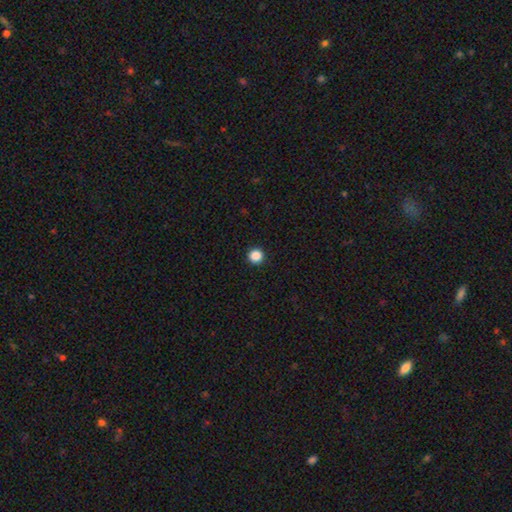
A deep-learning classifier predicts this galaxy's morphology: smooth 87%, star or artifact 11%, featured or disk 3%. Down the decision tree: how rounded — round (96%); merging — none (94%).